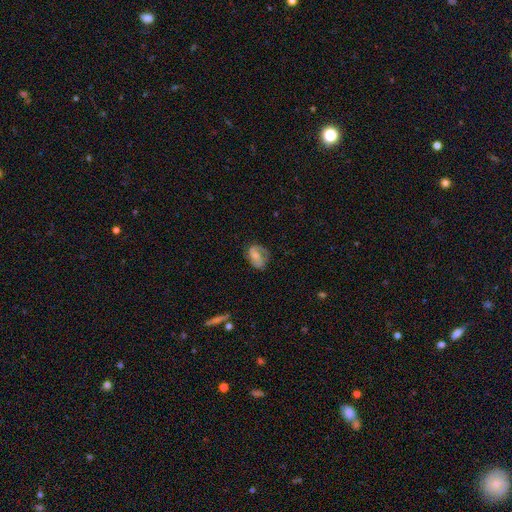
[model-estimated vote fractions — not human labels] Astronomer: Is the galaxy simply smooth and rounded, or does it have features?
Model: featured or disk — 64%.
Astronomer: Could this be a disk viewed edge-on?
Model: no — 97%.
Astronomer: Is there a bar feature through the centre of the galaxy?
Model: no — 51% (runner-up: weak, 38%).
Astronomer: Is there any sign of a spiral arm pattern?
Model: yes — 89%.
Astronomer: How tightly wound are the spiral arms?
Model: medium — 47% (runner-up: tight, 28%).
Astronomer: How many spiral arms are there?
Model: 2 — 75%.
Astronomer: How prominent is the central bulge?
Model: small — 36% (runner-up: moderate, 35%).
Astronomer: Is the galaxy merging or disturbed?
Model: none — 63%.